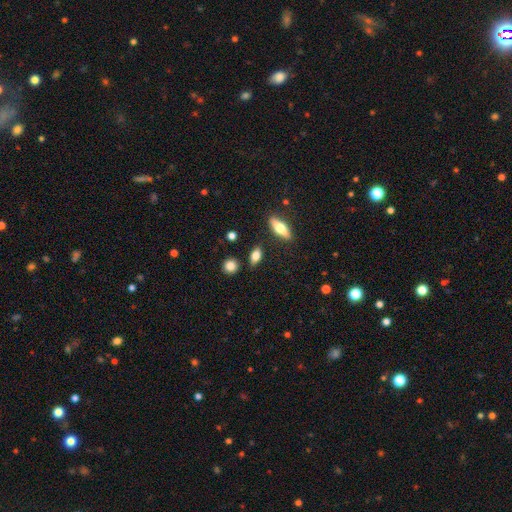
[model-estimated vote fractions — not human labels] Smooth or featured? Predicted: smooth (p=0.74). How rounded? Predicted: in between (p=0.64). Merging? Predicted: none (p=0.82).